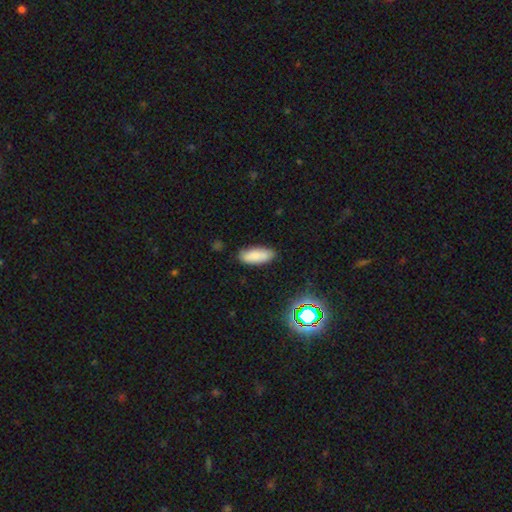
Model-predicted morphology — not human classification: Smooth or featured?
  - smooth: 85% *
  - star or artifact: 8%
  - featured or disk: 7%
How rounded?
  - in between: 76% *
  - cigar-shaped: 22%
  - round: 2%
Merging?
  - none: 83% *
  - minor disturbance: 13%
  - major disturbance: 2%
  - merger: 1%